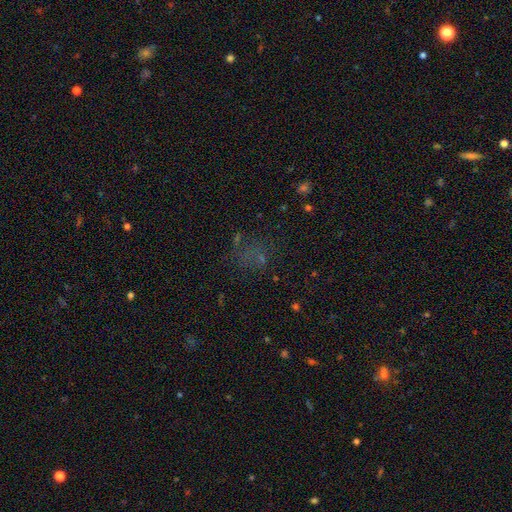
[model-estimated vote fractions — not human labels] A star or artifact, not a galaxy (41%, tied with smooth).

Vote fractions:
- Smooth or featured? star or artifact: 41% (tied) / smooth: 41% (tied) / featured or disk: 17%